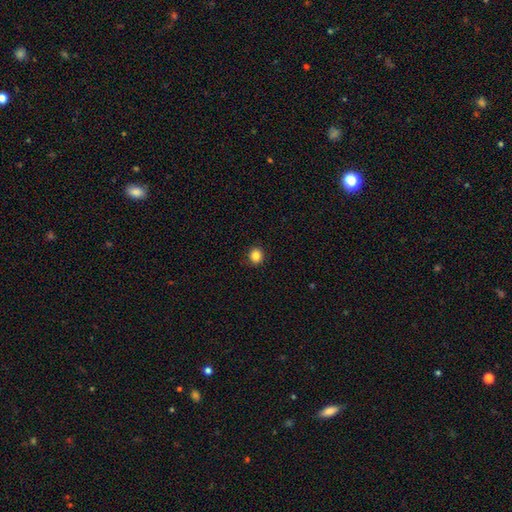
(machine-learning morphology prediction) The model was most divided on "smooth or featured": smooth: 85%, star or artifact: 11%, featured or disk: 4%. More confident: merging — none (91%); how rounded — round (87%).